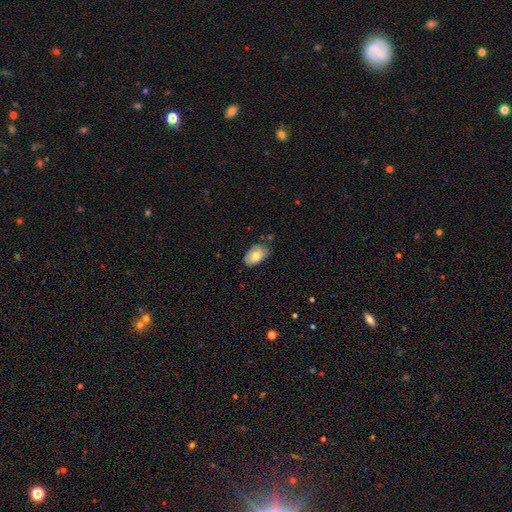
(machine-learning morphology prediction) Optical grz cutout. It shows a smooth galaxy with no disk features (79%) that is in between round and cigar-shaped (92%). Merging: none (69%).